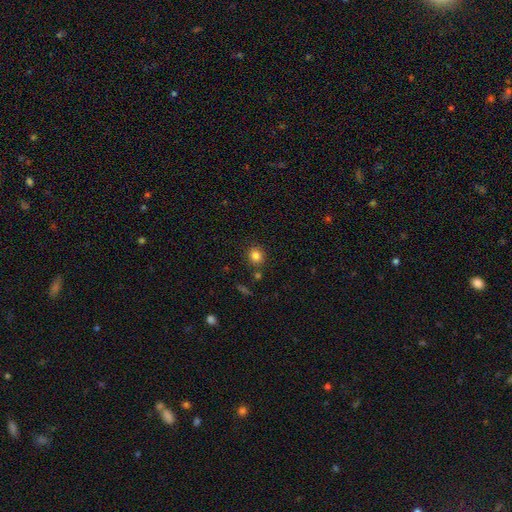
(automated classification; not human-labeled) Overall: smooth (84%). How rounded: round (80%). Merging: none (84%).